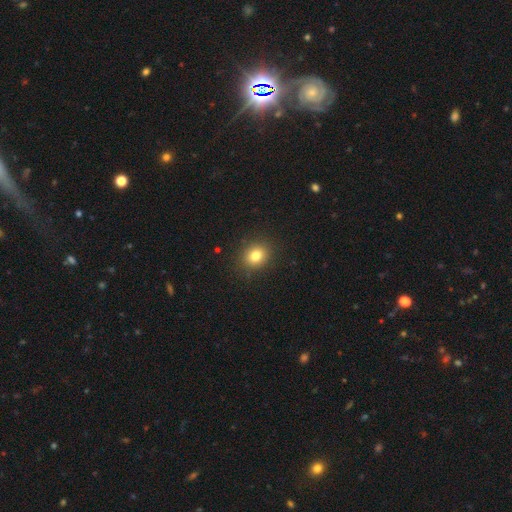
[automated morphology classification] type=smooth (80%); roundness=round (66%); merging=none (89%).